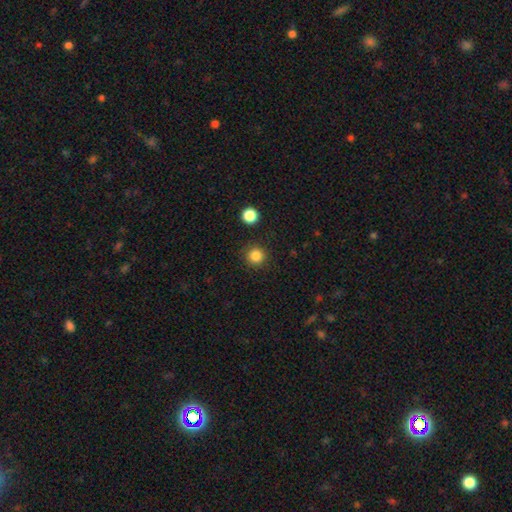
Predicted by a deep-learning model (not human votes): This is clearly a smooth galaxy (84%). How rounded: clearly round (95%). Merging: clearly none (91%).